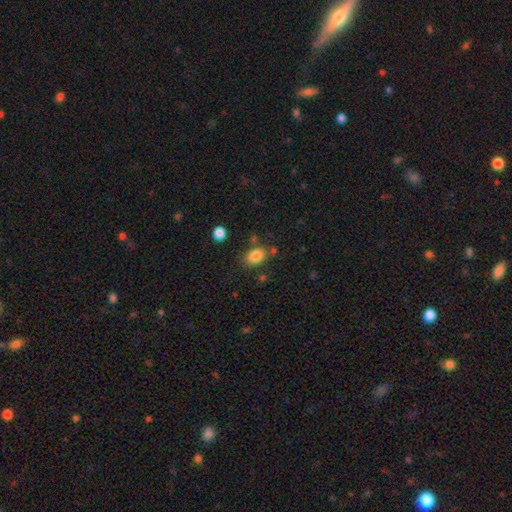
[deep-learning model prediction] smooth_or_featured: smooth (p=0.84) [alt: star or artifact p=0.09]
how_rounded: in between (p=0.78) [alt: round p=0.21]
merging: none (p=0.74) [alt: minor disturbance p=0.14]